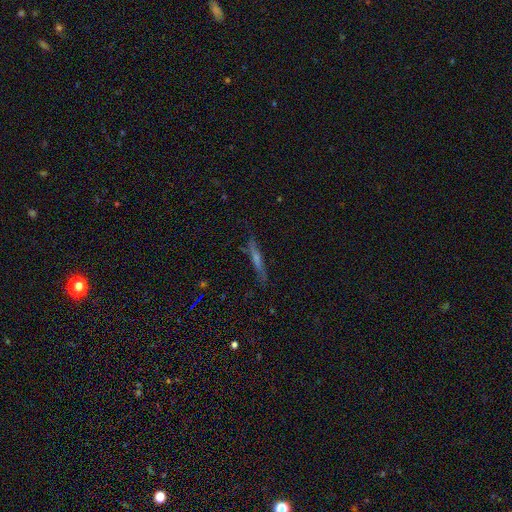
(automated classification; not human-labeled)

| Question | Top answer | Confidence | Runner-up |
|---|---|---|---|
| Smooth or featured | featured or disk | 57% | smooth (29%) |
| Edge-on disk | yes | 92% | no (8%) |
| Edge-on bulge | rounded | 51% | none (38%) |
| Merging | none | 82% | minor disturbance (13%) |